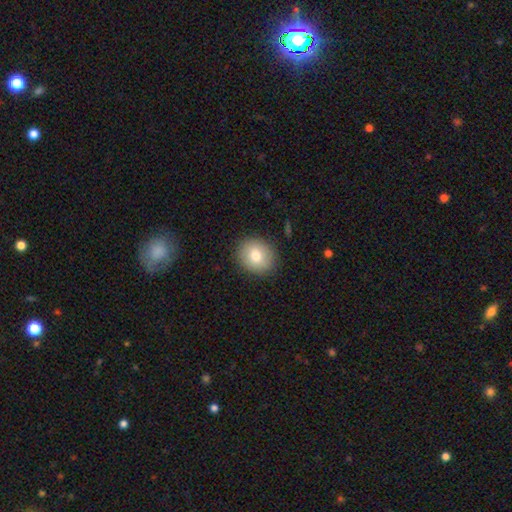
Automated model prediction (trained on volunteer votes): Overall: smooth (79%). How rounded: round (74%). Merging: none (88%).